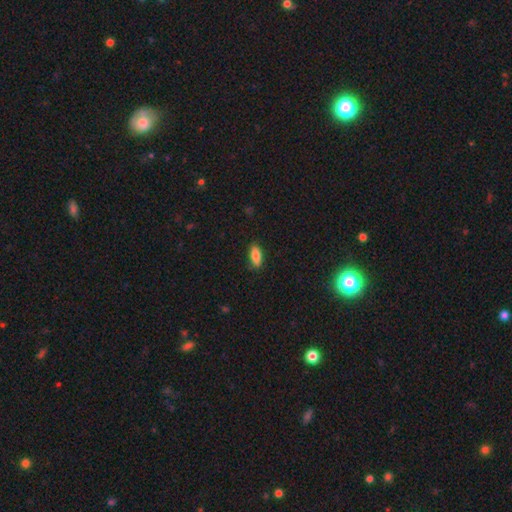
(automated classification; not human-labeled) Smooth or featured? Predicted: smooth (p=0.85). How rounded? Predicted: in between (p=0.77). Merging? Predicted: none (p=0.84).